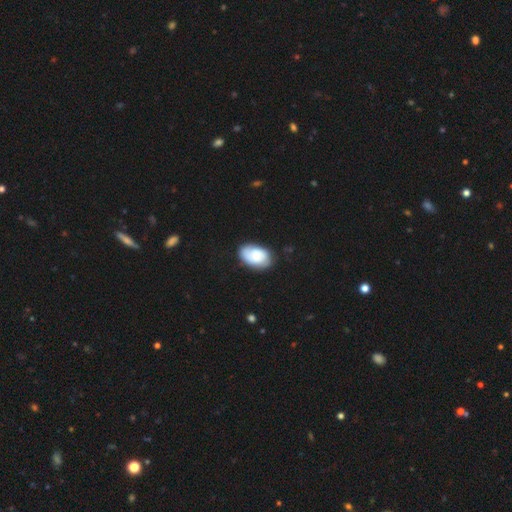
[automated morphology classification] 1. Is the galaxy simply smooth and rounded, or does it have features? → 56% smooth, 37% featured or disk, 7% star or artifact.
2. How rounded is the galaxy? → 89% in between, 10% round, 1% cigar-shaped.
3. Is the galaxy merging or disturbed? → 73% none, 20% minor disturbance, 5% major disturbance, 2% merger.